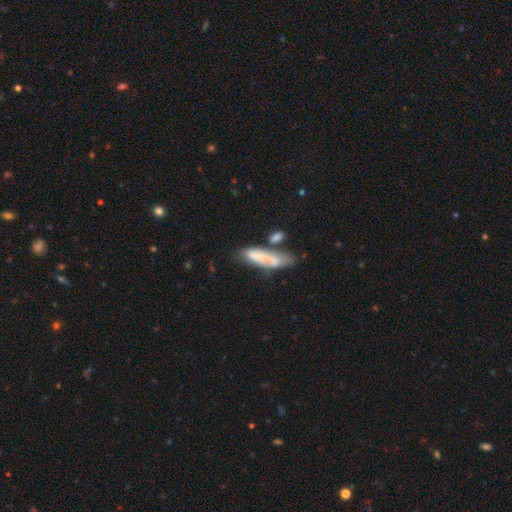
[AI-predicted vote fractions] smooth_or_featured: smooth (p=0.59) [alt: featured or disk p=0.31]
how_rounded: cigar-shaped (p=0.65) [alt: in between p=0.32]
merging: none (p=0.40) [alt: merger p=0.29]